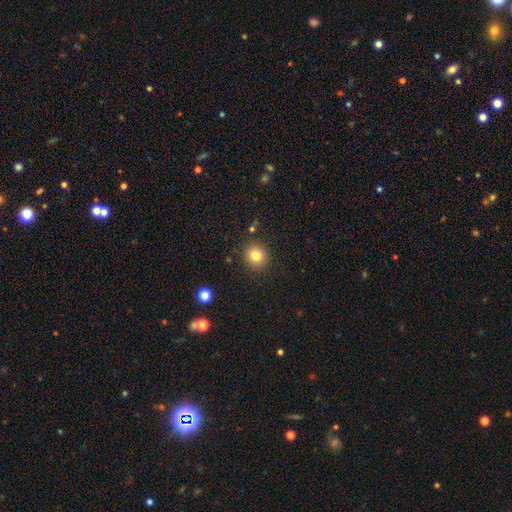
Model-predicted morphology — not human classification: Smooth or featured? smooth (81%)
How rounded? round (89%)
Merging? none (88%)